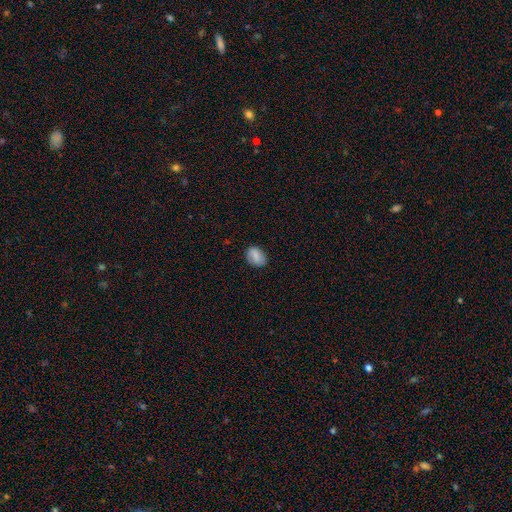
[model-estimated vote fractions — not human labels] Smooth or featured: smooth — 77% (featured or disk — 15%)
How rounded: in between — 73% (round — 26%)
Merging: none — 80% (minor disturbance — 15%)